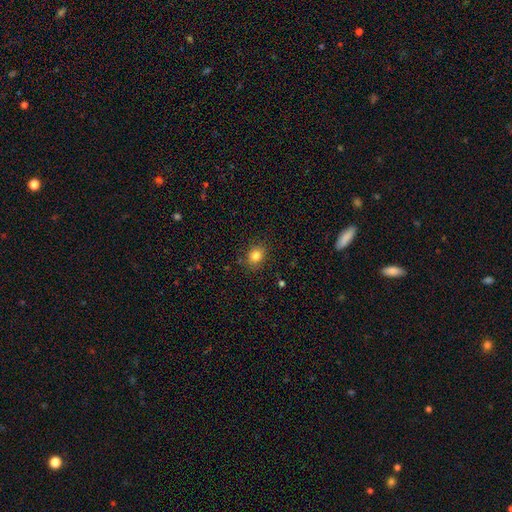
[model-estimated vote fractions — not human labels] The model was most divided on "how rounded": round: 59%, in between: 40%, cigar-shaped: 1%. More confident: merging — none (86%); smooth or featured — smooth (82%).